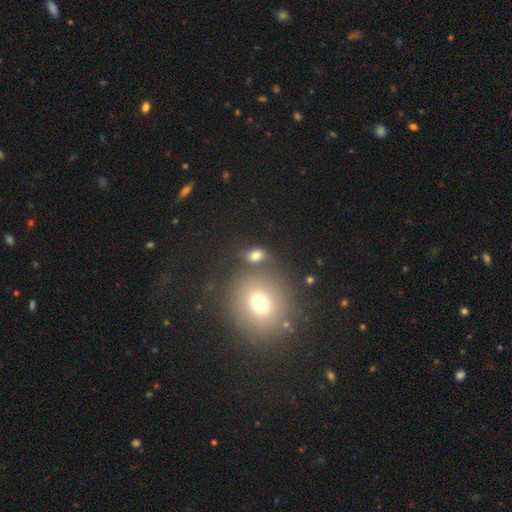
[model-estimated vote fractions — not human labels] A smooth galaxy with no disk features (73%) that is in between round and cigar-shaped (64%).

Vote fractions:
- Smooth or featured? smooth: 73% / star or artifact: 16% / featured or disk: 11%
- How rounded? in between: 64% / round: 33% / cigar-shaped: 3%
- Merging? none: 59% / merger: 20% / minor disturbance: 14% / major disturbance: 8%